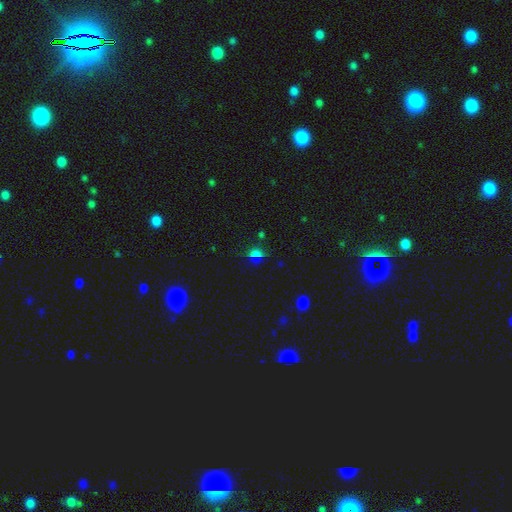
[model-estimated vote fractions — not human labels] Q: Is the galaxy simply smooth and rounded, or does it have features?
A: smooth — 50%.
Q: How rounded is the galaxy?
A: round — 61%.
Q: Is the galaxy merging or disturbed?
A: none — 76%.